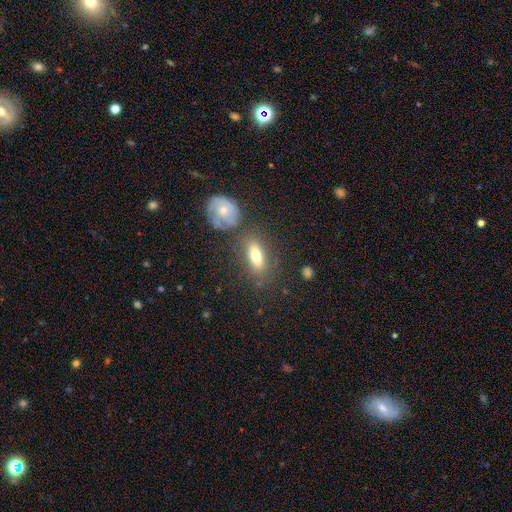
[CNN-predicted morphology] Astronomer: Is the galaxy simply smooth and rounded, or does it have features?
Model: smooth — 65%.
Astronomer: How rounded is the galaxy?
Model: in between — 68%.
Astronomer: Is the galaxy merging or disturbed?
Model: none — 69%.